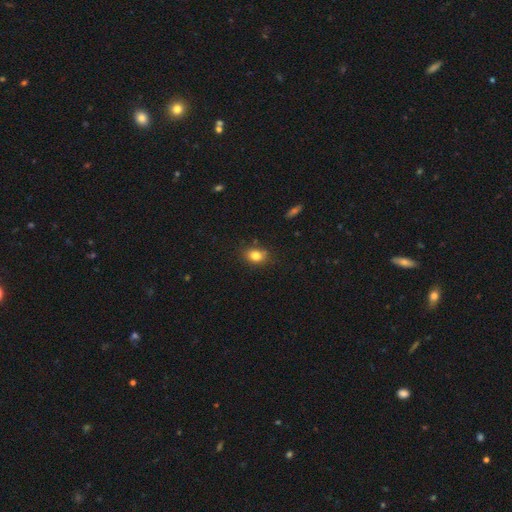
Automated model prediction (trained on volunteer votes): Smooth or featured? Predicted: smooth (p=0.81). How rounded? Predicted: in between (p=0.65). Merging? Predicted: none (p=0.79).